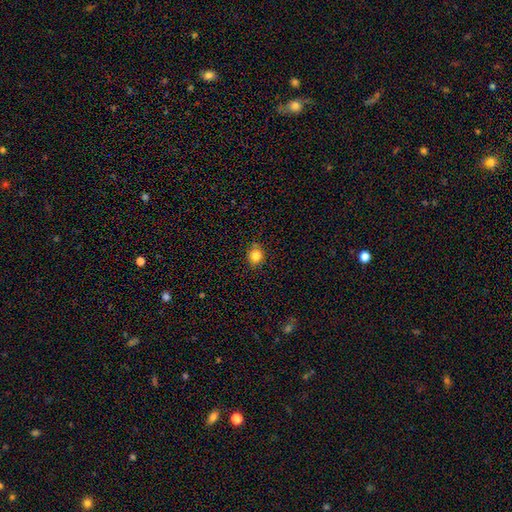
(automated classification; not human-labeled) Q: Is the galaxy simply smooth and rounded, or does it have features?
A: smooth — 82%.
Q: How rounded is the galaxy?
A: round — 84%.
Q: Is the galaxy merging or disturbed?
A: none — 83%.